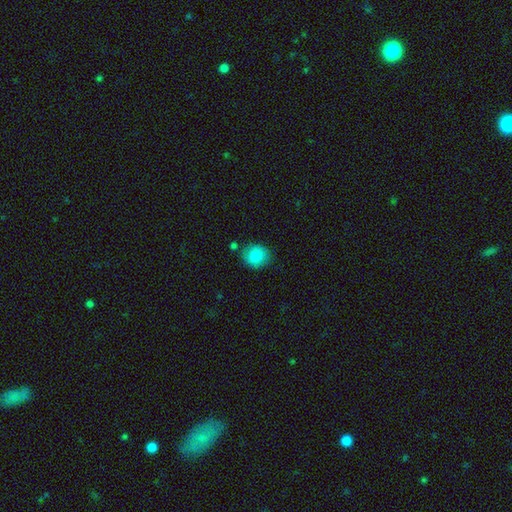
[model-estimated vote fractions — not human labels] This is clearly a smooth galaxy (86%). How rounded: clearly round (81%). Merging: likely none (78%).